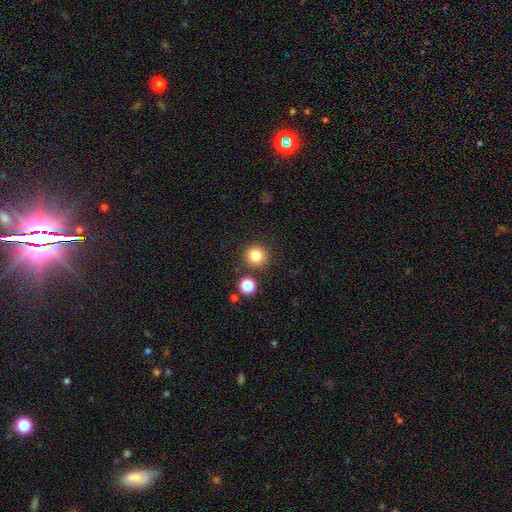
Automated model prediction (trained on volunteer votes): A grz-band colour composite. It shows a smooth galaxy with no disk features (82%) that is round (93%). Merging: none (87%).